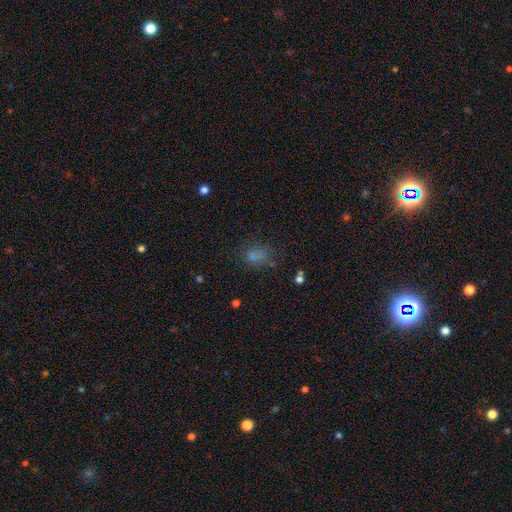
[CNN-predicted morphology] The model was most divided on "merging": none: 54%, minor disturbance: 23%, major disturbance: 17%, merger: 5%. More confident: how rounded — in between (72%); smooth or featured — smooth (70%).